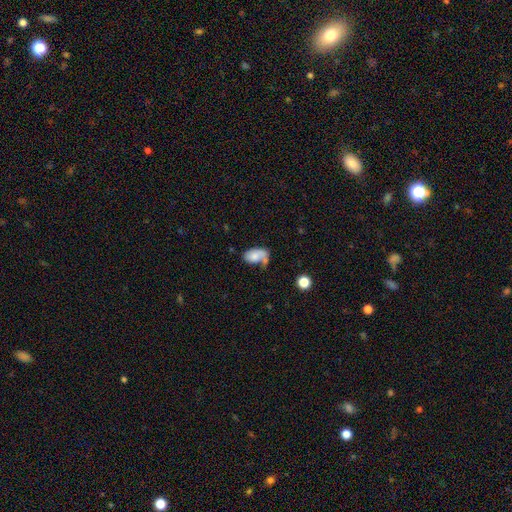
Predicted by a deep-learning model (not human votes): The model was most divided on "merging": none: 34%, merger: 23%, minor disturbance: 22%, major disturbance: 21%. More confident: how rounded — in between (90%); smooth or featured — smooth (66%).